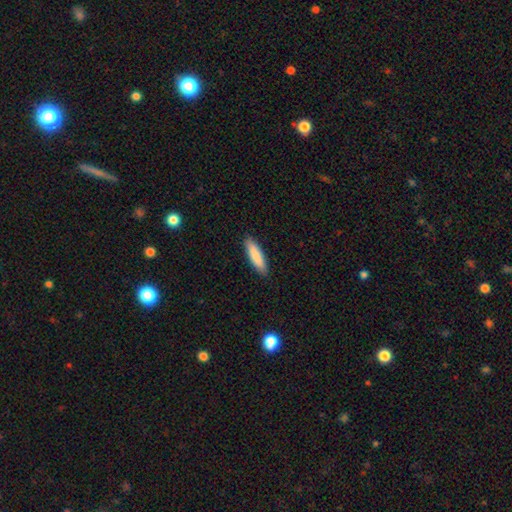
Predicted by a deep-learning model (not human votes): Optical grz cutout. It shows a smooth galaxy with no disk features (86%) that is cigar-shaped (67%). Merging: none (89%).